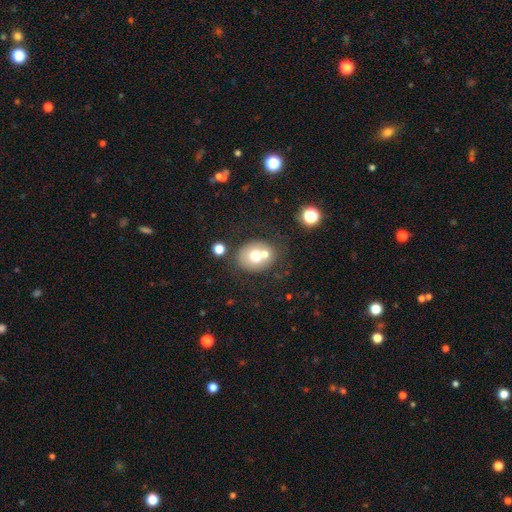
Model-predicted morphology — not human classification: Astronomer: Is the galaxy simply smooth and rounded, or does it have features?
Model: smooth — 66%.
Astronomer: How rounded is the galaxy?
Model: round — 67%.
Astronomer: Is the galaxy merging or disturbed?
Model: none — 50% (runner-up: merger, 34%).